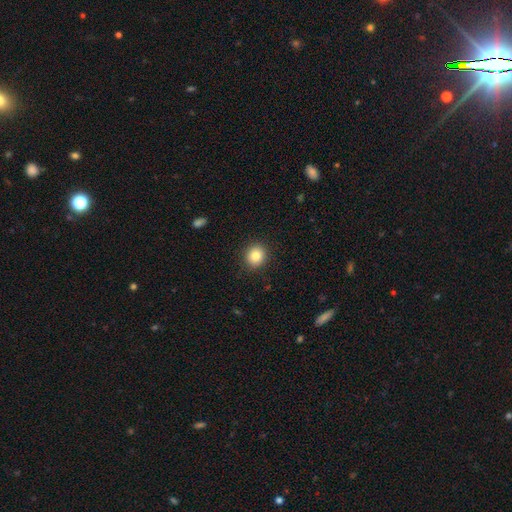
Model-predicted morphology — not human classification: Smooth or featured?
  - smooth: 84% *
  - star or artifact: 10%
  - featured or disk: 6%
How rounded?
  - round: 84% *
  - in between: 16%
  - cigar-shaped: 1%
Merging?
  - none: 90% *
  - minor disturbance: 6%
  - major disturbance: 2%
  - merger: 1%